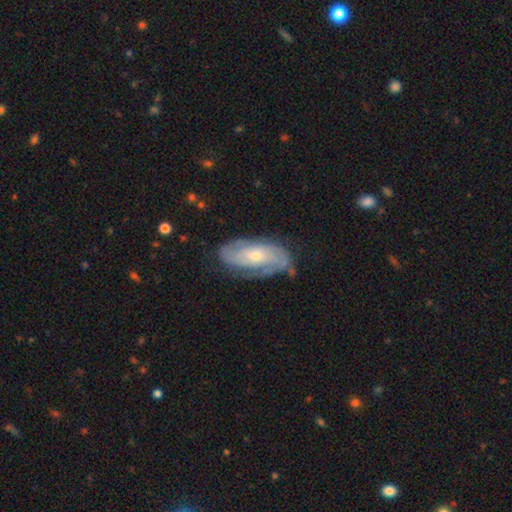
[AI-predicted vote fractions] featured or disk 80%, smooth 14%, star or artifact 6%. Down the decision tree: edge-on disk — no (94%); bar — no (62%); spiral arms — yes (93%); spiral arm count — 2 (55%); spiral winding — tight (56%); bulge size — small (62%); merging — none (71%).